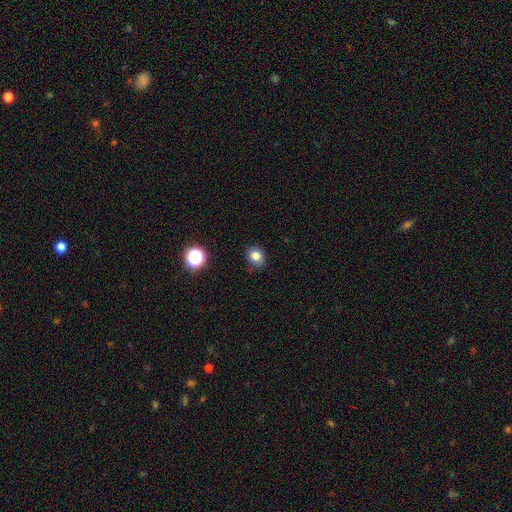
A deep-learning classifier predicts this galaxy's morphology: smooth_or_featured: smooth (p=0.80) [alt: star or artifact p=0.13]
how_rounded: round (p=0.62) [alt: in between p=0.37]
merging: none (p=0.86) [alt: minor disturbance p=0.11]